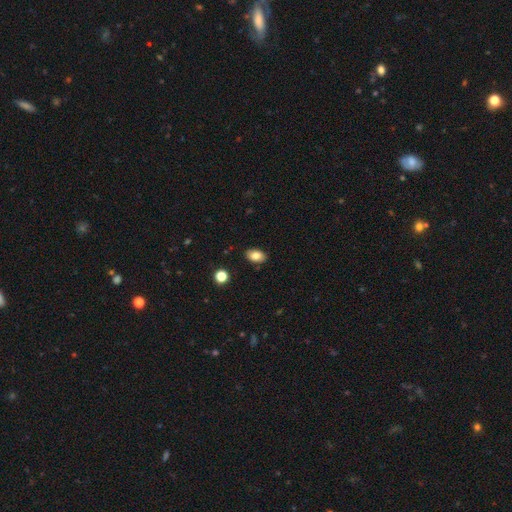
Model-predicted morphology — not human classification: Overall: smooth (83%). How rounded: in between (89%). Merging: none (88%).